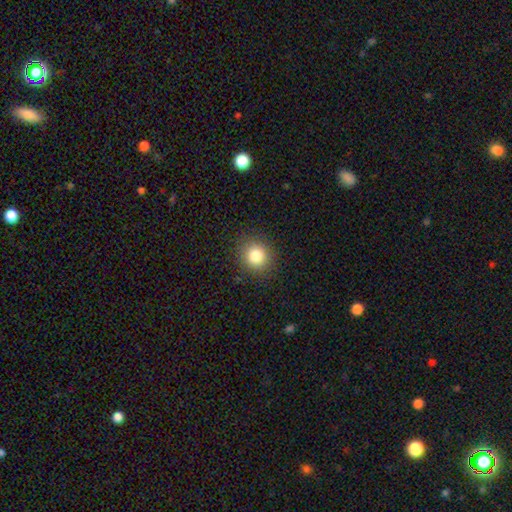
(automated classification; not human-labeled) smooth 83%, star or artifact 11%, featured or disk 6%. Down the decision tree: how rounded — round (84%); merging — none (89%).